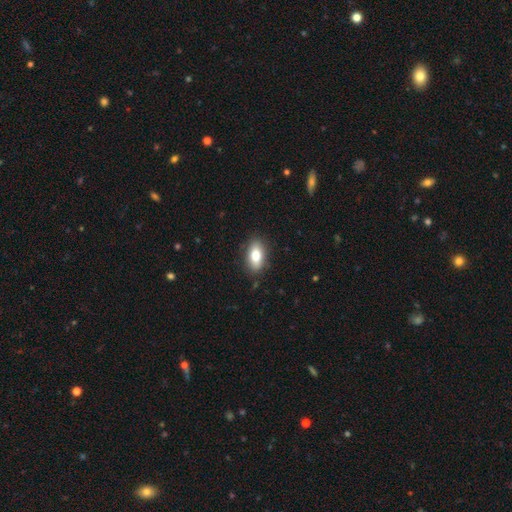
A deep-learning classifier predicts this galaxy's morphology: Smooth or featured? smooth (78%)
How rounded? in between (88%)
Merging? none (87%)